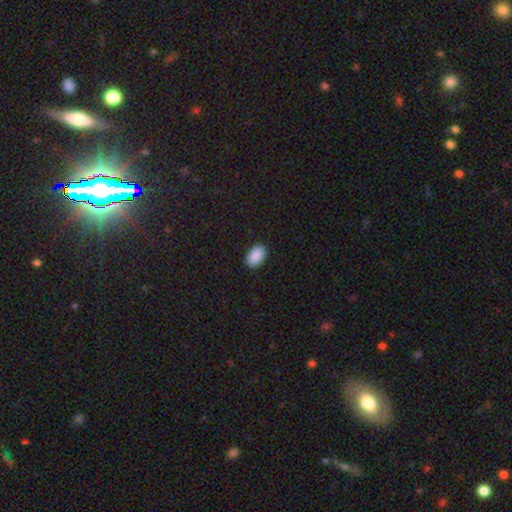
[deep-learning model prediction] Smooth or featured? Predicted: smooth (p=0.90). How rounded? Predicted: in between (p=0.91). Merging? Predicted: none (p=0.89).